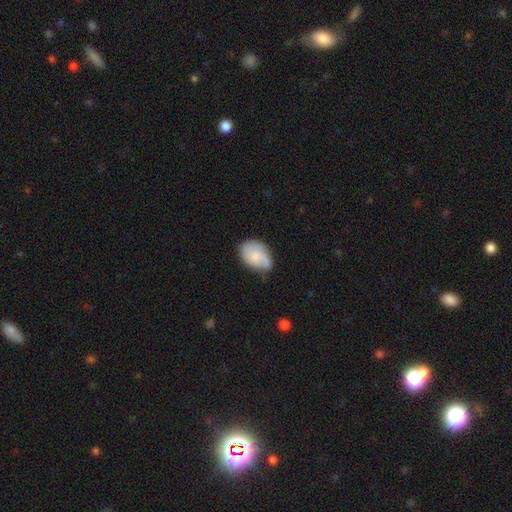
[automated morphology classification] Q: Smooth or featured?
A: smooth (66%); runner-up: featured or disk (28%)
Q: How rounded?
A: in between (80%); runner-up: round (19%)
Q: Merging?
A: none (46%); runner-up: minor disturbance (38%)